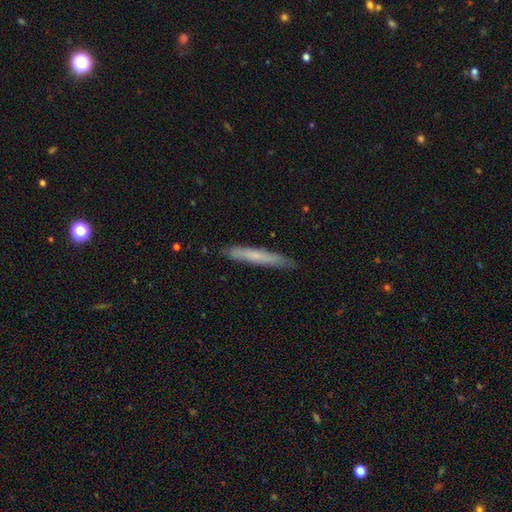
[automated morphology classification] Overall: smooth (64%; featured or disk 29%). How rounded: cigar-shaped (95%). Merging: none (85%).